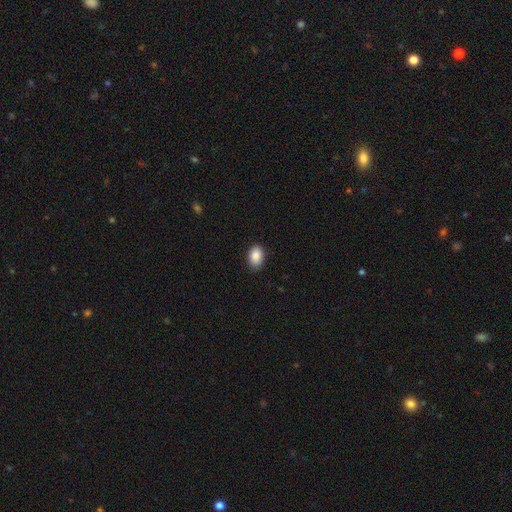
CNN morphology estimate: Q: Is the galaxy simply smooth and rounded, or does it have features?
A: smooth — 88%.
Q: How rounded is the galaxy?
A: in between — 85%.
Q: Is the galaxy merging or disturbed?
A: none — 83%.